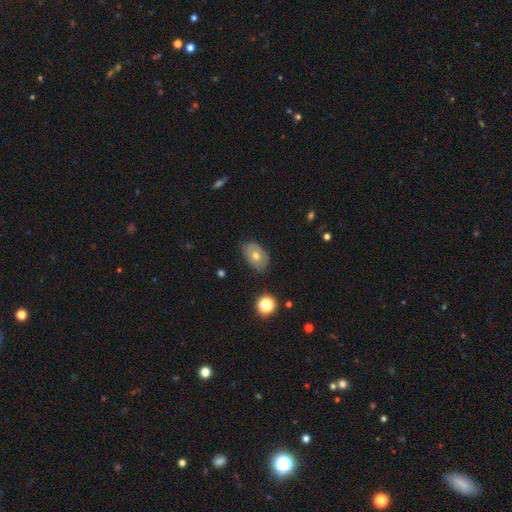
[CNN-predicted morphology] Overall: smooth (58%; featured or disk 32%). How rounded: in between (79%). Merging: none (70%).